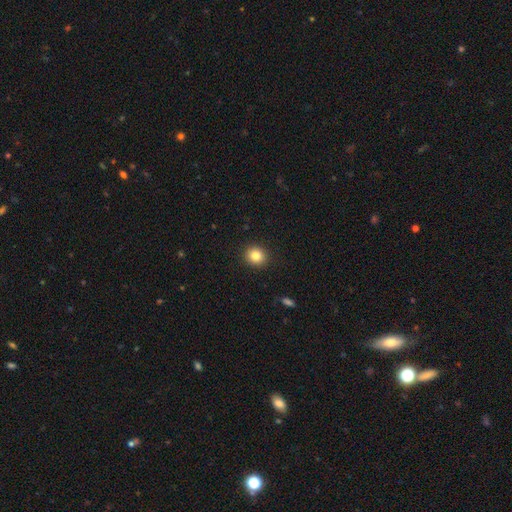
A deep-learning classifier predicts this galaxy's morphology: type=smooth (84%); roundness=round (80%); merging=none (91%).